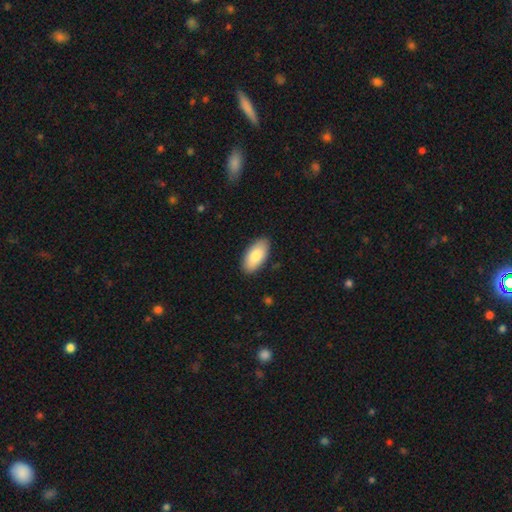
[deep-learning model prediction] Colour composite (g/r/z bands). It shows a smooth galaxy with no disk features (83%) that is in between round and cigar-shaped (93%). Merging: none (88%).